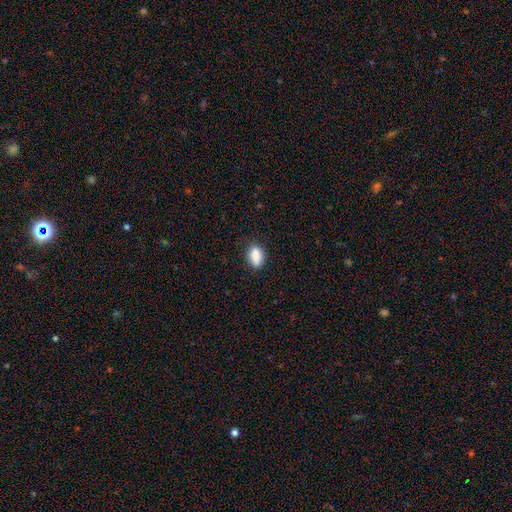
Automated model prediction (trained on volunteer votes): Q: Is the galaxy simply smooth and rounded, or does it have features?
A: smooth — 86%.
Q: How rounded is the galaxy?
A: in between — 86%.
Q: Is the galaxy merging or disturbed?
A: none — 78%.